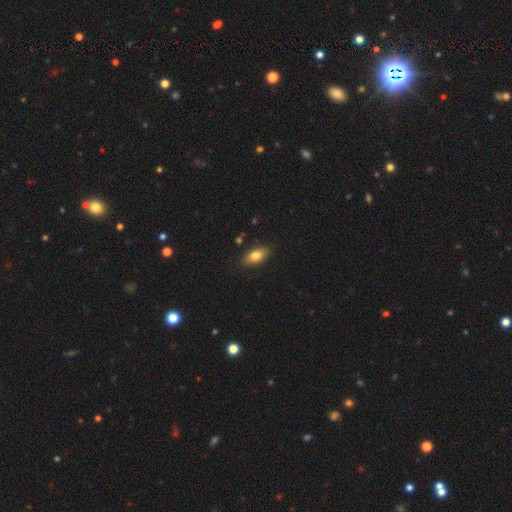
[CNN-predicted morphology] Smooth or featured: smooth — 80% (featured or disk — 13%)
How rounded: in between — 89% (cigar-shaped — 6%)
Merging: none — 85% (minor disturbance — 11%)